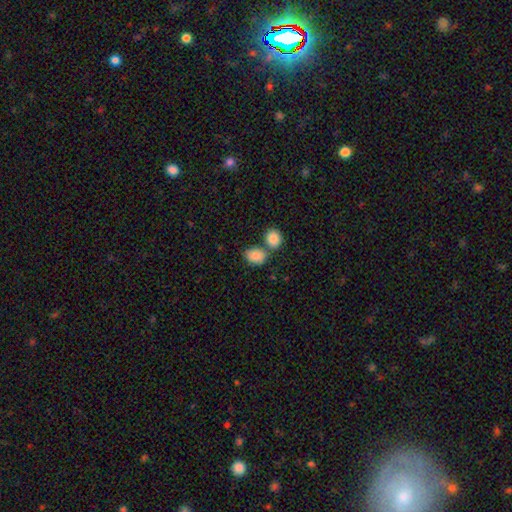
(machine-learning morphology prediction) Smooth or featured: smooth — 85% (star or artifact — 8%)
How rounded: in between — 68% (round — 31%)
Merging: none — 51% (merger — 33%)